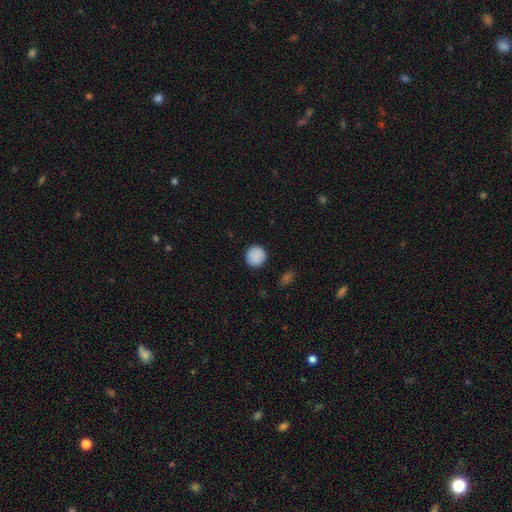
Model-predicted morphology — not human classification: Smooth or featured? Predicted: smooth (p=0.89). How rounded? Predicted: round (p=0.93). Merging? Predicted: none (p=0.89).